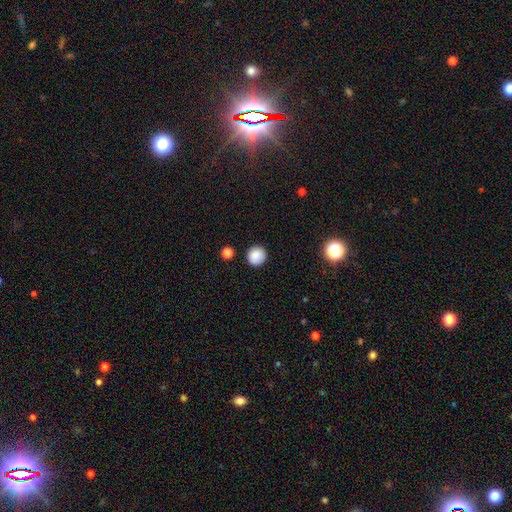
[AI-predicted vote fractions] smooth_or_featured: smooth (p=0.87) [alt: star or artifact p=0.10]
how_rounded: round (p=0.93) [alt: in between p=0.06]
merging: none (p=0.90) [alt: minor disturbance p=0.06]